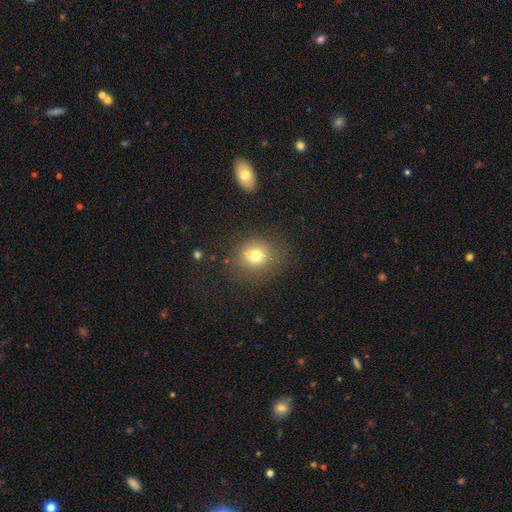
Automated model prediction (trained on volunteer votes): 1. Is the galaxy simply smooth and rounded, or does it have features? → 69% smooth, 20% star or artifact, 11% featured or disk.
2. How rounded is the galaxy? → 65% round, 33% in between, 1% cigar-shaped.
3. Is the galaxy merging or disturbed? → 79% none, 12% minor disturbance, 4% major disturbance, 4% merger.